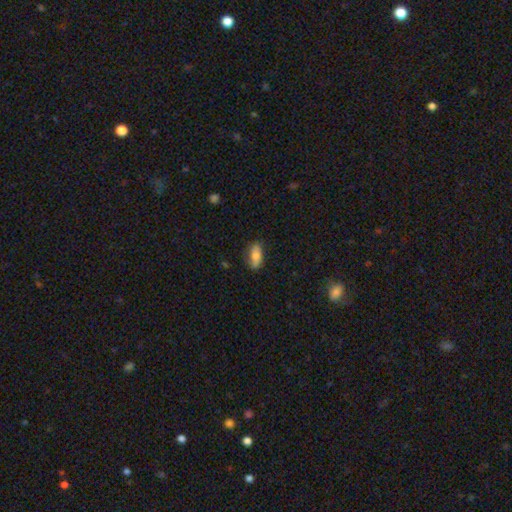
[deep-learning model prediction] smooth_or_featured: smooth (p=0.75) [alt: featured or disk p=0.18]
how_rounded: in between (p=0.83) [alt: cigar-shaped p=0.14]
merging: none (p=0.79) [alt: minor disturbance p=0.17]